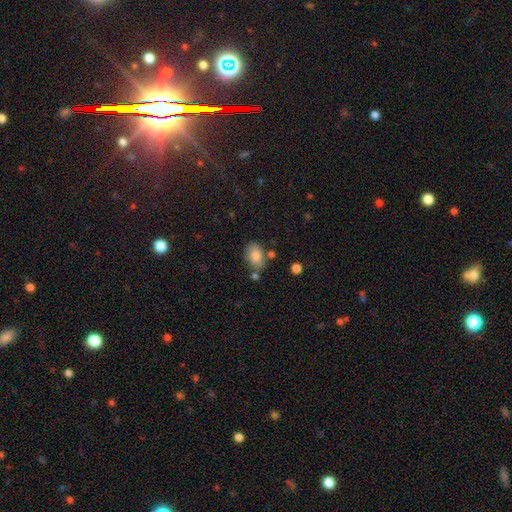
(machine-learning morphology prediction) A smooth galaxy with no disk features (82%) that is in between round and cigar-shaped (85%). Merging: none (69%).